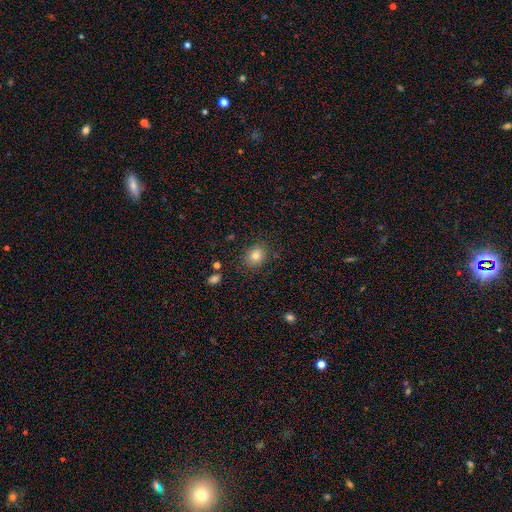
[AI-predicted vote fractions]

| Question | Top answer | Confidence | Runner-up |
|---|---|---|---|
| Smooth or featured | smooth | 79% | star or artifact (11%) |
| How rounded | round | 57% | in between (42%) |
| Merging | none | 84% | minor disturbance (11%) |